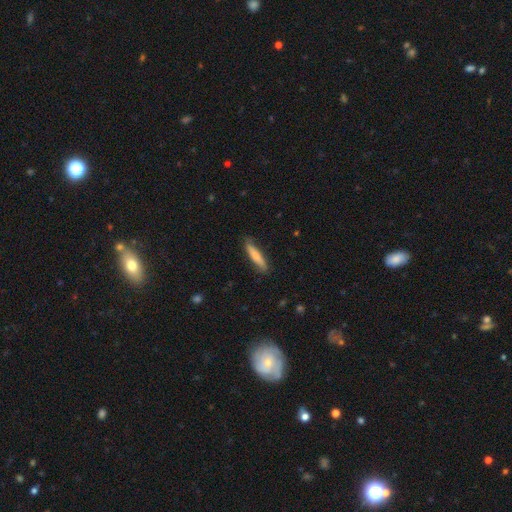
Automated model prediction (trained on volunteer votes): A smooth galaxy with no disk features (73%) that is cigar-shaped (85%).

Vote fractions:
- Smooth or featured? smooth: 73% / featured or disk: 21% / star or artifact: 6%
- How rounded? cigar-shaped: 85% / in between: 14% / round: 1%
- Merging? none: 81% / minor disturbance: 16% / major disturbance: 3% / merger: 1%